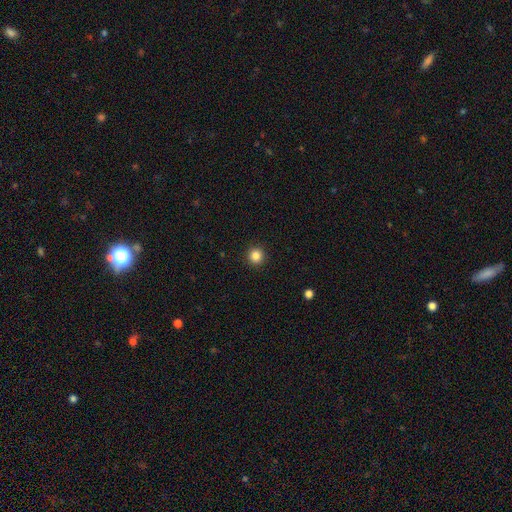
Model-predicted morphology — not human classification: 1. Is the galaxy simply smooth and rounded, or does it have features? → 85% smooth, 11% star or artifact, 4% featured or disk.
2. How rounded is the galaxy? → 95% round, 4% in between, 1% cigar-shaped.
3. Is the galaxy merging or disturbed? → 93% none, 4% minor disturbance, 2% major disturbance, 1% merger.